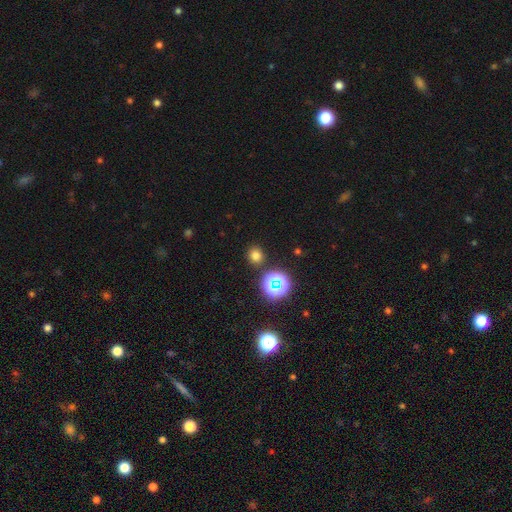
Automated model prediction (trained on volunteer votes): Q: Smooth or featured?
A: smooth (72%); runner-up: star or artifact (22%)
Q: How rounded?
A: round (85%); runner-up: in between (13%)
Q: Merging?
A: none (88%); runner-up: minor disturbance (7%)